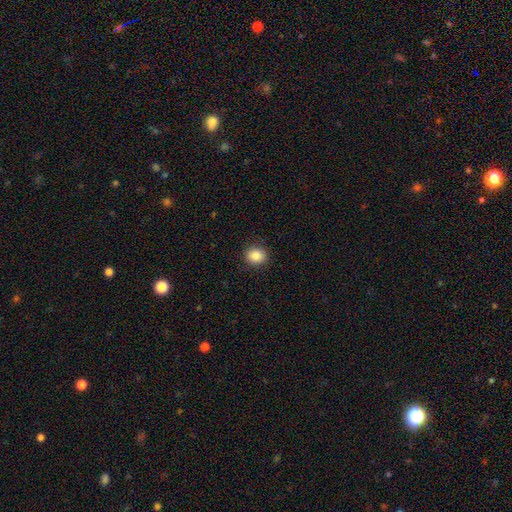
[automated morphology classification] Q: Smooth or featured?
A: smooth (87%); runner-up: star or artifact (9%)
Q: How rounded?
A: round (71%); runner-up: in between (28%)
Q: Merging?
A: none (90%); runner-up: minor disturbance (7%)